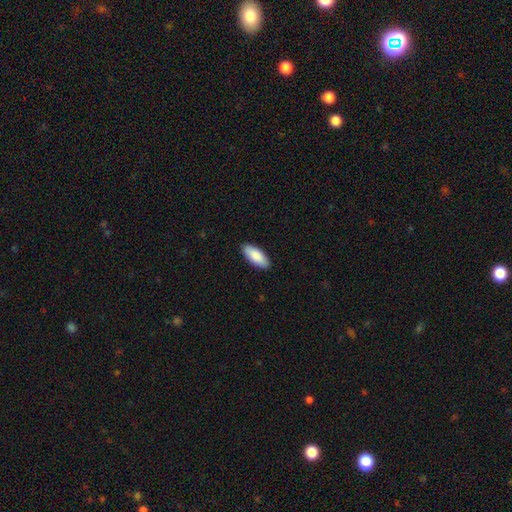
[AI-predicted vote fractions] Morphology: type=smooth (88%); roundness=in between (82%); merging=none (90%).